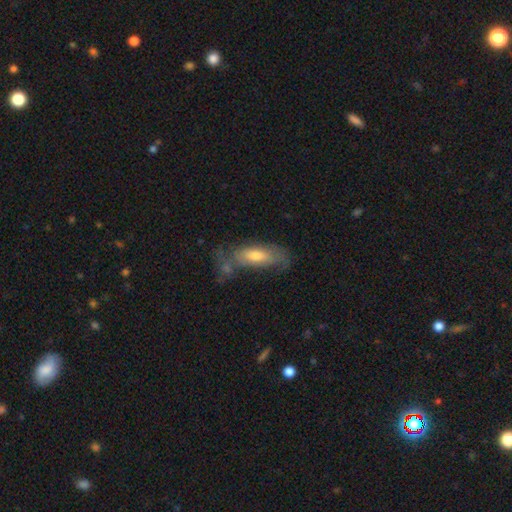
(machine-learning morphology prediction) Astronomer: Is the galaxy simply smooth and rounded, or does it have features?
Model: smooth — 59% (runner-up: featured or disk, 34%).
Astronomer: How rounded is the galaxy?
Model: in between — 66%.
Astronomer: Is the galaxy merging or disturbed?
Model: none — 44% (runner-up: minor disturbance, 26%).